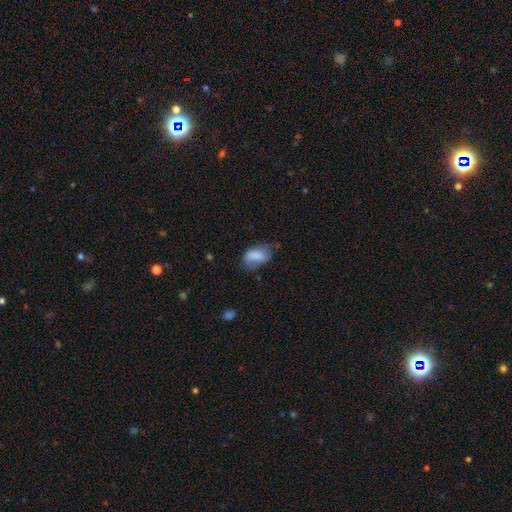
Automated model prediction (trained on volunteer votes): A smooth galaxy with no disk features (75%) that is in between round and cigar-shaped (88%). Merging: none (49%).